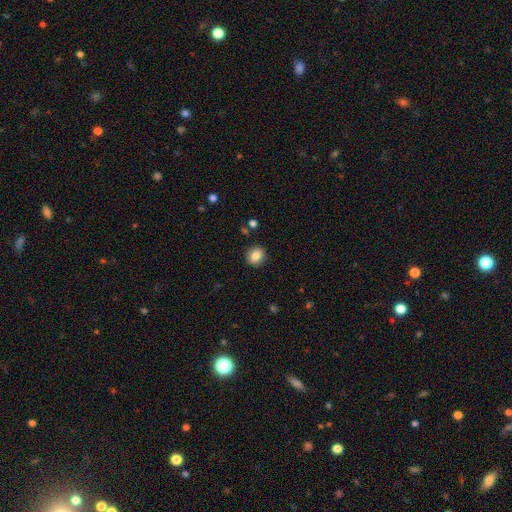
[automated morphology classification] Smooth or featured? Predicted: smooth (p=0.84). How rounded? Predicted: round (p=0.74). Merging? Predicted: none (p=0.90).